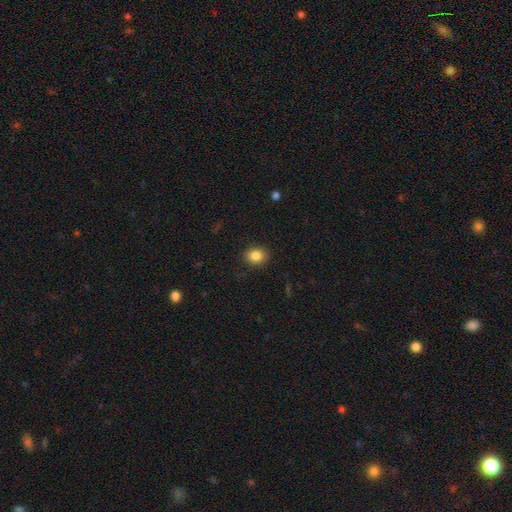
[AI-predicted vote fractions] A smooth galaxy with no disk features (85%) that is round (63%). Merging: none (89%).